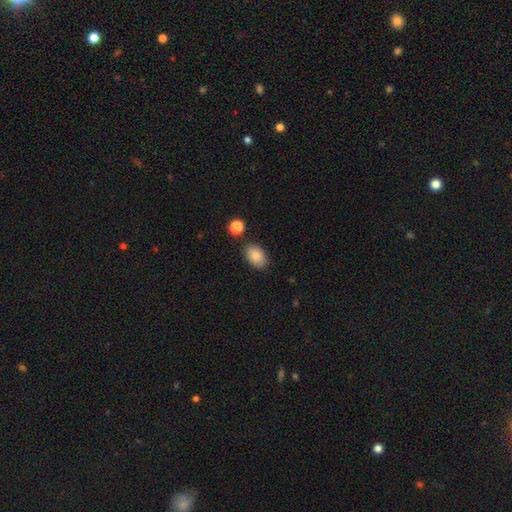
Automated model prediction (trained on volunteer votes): Smooth or featured? Predicted: smooth (p=0.87). How rounded? Predicted: in between (p=0.89). Merging? Predicted: none (p=0.82).